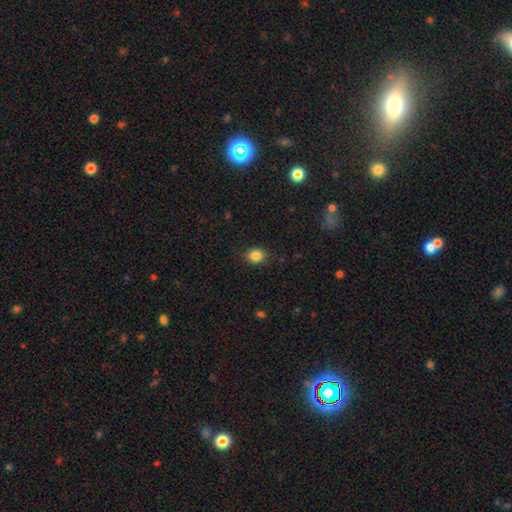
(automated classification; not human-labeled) Morphology: type=smooth (86%); roundness=round (62%); merging=none (87%).